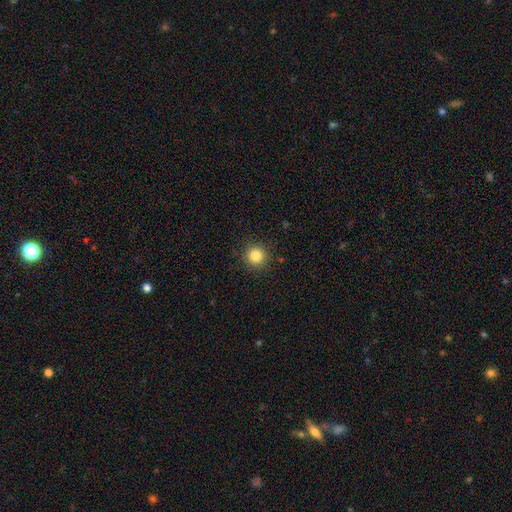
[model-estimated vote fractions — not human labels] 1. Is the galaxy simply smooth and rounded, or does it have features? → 84% smooth, 11% star or artifact, 4% featured or disk.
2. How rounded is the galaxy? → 95% round, 4% in between, 1% cigar-shaped.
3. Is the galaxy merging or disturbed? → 90% none, 6% minor disturbance, 2% major disturbance, 1% merger.